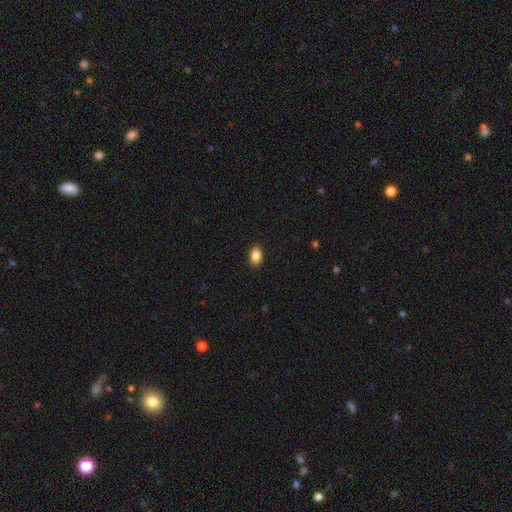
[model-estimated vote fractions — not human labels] Smooth or featured?
  - smooth: 86% *
  - star or artifact: 8%
  - featured or disk: 7%
How rounded?
  - in between: 89% *
  - round: 9%
  - cigar-shaped: 2%
Merging?
  - none: 89% *
  - minor disturbance: 8%
  - major disturbance: 2%
  - merger: 1%